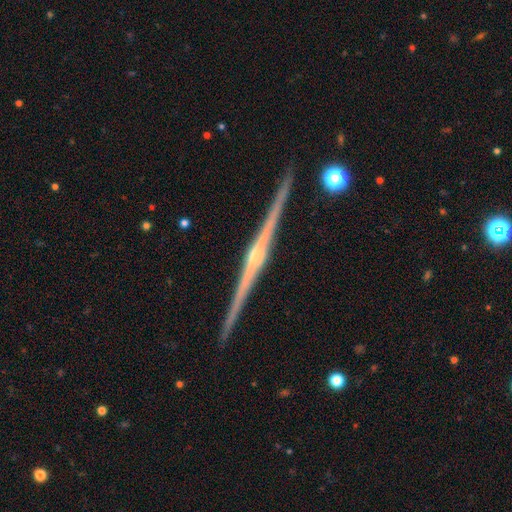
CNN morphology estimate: Q: Smooth or featured?
A: featured or disk (90%); runner-up: smooth (5%)
Q: Edge-on disk?
A: yes (99%); runner-up: no (1%)
Q: Edge-on bulge?
A: rounded (78%); runner-up: none (12%)
Q: Merging?
A: none (93%); runner-up: minor disturbance (5%)